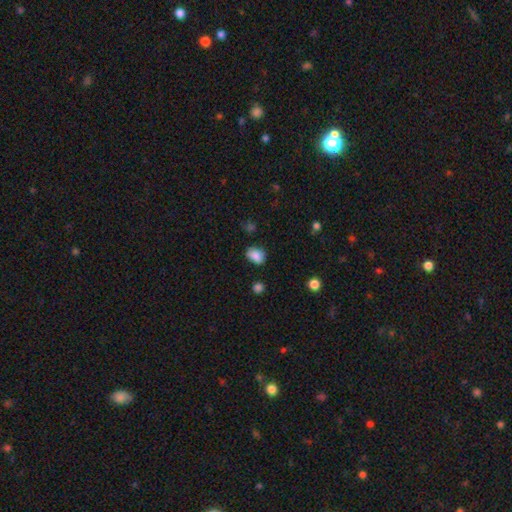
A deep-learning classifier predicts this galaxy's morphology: smooth_or_featured: smooth (p=0.85) [alt: star or artifact p=0.09]
how_rounded: in between (p=0.71) [alt: round p=0.27]
merging: none (p=0.70) [alt: minor disturbance p=0.23]